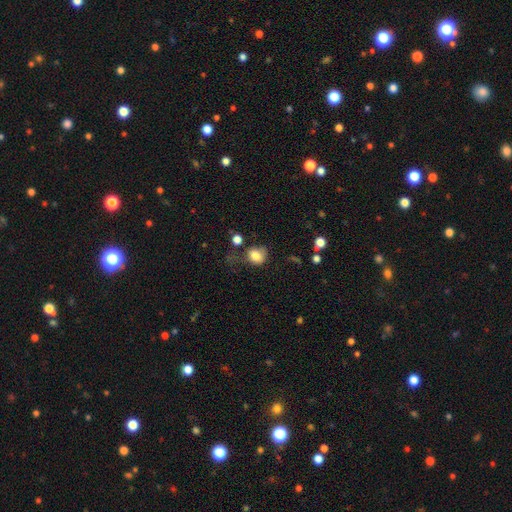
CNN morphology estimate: A smooth galaxy with no disk features (78%) that is round (60%). Merging: none (34%).